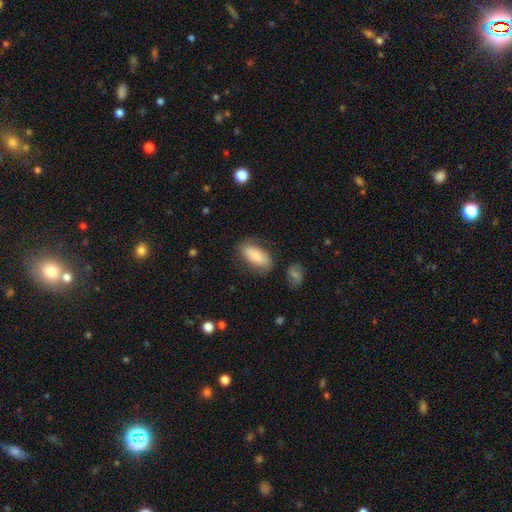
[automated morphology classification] smooth-or-featured: smooth: 73% | featured or disk: 20% | star or artifact: 7%
  how-rounded: in between: 85% | cigar-shaped: 12% | round: 3%
  merging: none: 76% | minor disturbance: 15% | major disturbance: 4% | merger: 4%